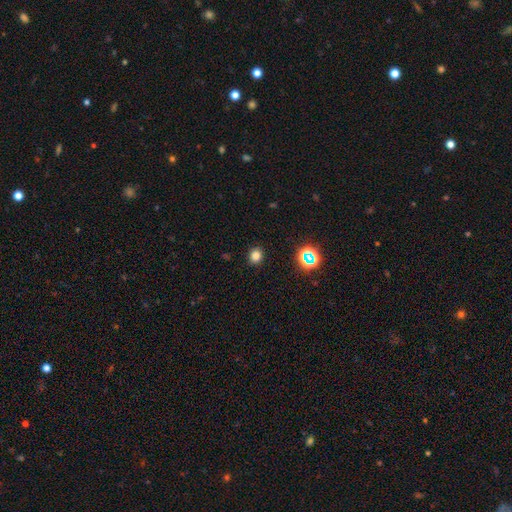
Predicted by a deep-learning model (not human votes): This is likely a smooth galaxy (78%). How rounded: likely round (76%). Merging: clearly none (90%).